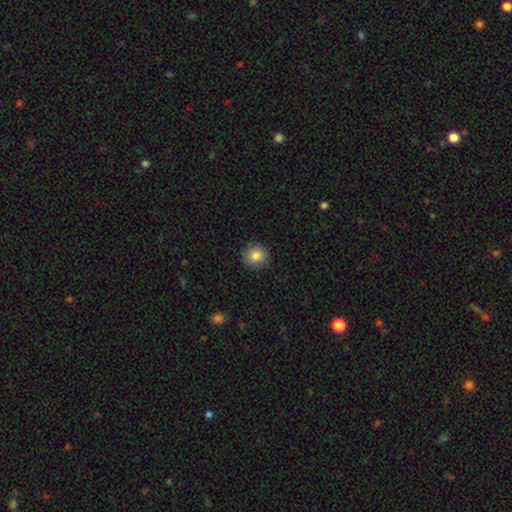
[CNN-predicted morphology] smooth_or_featured: smooth (p=0.84) [alt: star or artifact p=0.09]
how_rounded: round (p=0.91) [alt: in between p=0.08]
merging: none (p=0.91) [alt: minor disturbance p=0.06]